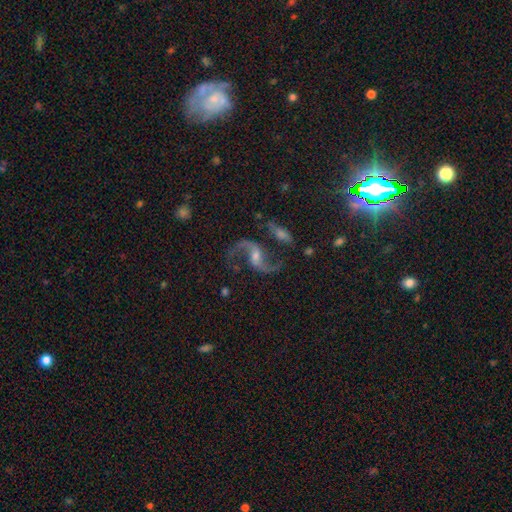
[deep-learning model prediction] Q: Smooth or featured?
A: featured or disk (87%); runner-up: star or artifact (10%)
Q: Edge-on disk?
A: no (97%); runner-up: yes (3%)
Q: Bar?
A: weak (39%); runner-up: no (37%)
Q: Spiral arms?
A: yes (97%); runner-up: no (3%)
Q: Spiral winding?
A: loose (63%); runner-up: medium (31%)
Q: Spiral arm count?
A: 2 (93%); runner-up: 1 (2%)
Q: Bulge size?
A: moderate (45%); runner-up: small (42%)
Q: Merging?
A: none (72%); runner-up: minor disturbance (13%)